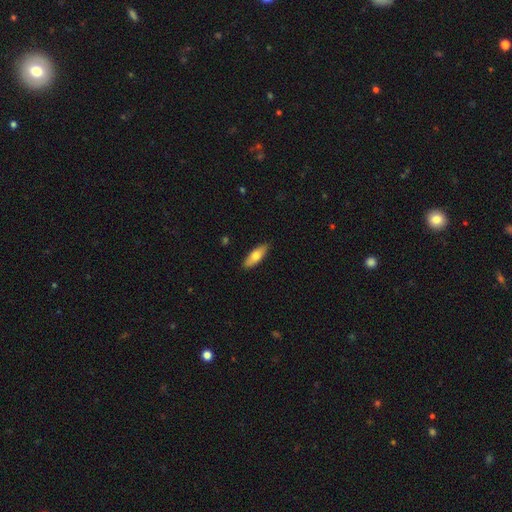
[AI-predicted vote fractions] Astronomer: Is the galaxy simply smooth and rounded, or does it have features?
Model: smooth — 69%.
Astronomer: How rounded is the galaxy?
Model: in between — 61% (runner-up: cigar-shaped, 36%).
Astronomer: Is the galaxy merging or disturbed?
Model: none — 88%.